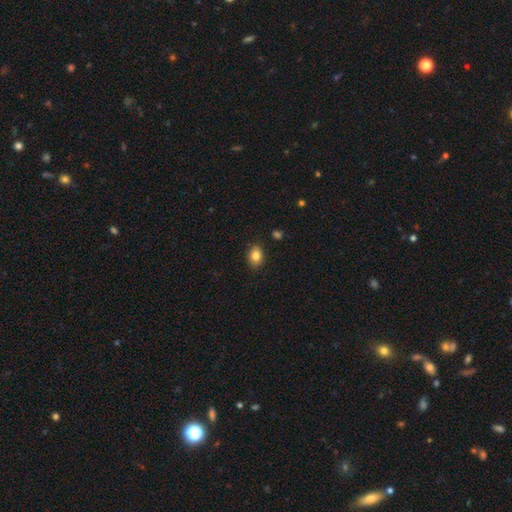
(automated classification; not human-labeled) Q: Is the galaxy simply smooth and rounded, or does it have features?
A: smooth — 83%.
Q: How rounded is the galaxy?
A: in between — 69%.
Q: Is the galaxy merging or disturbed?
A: none — 87%.